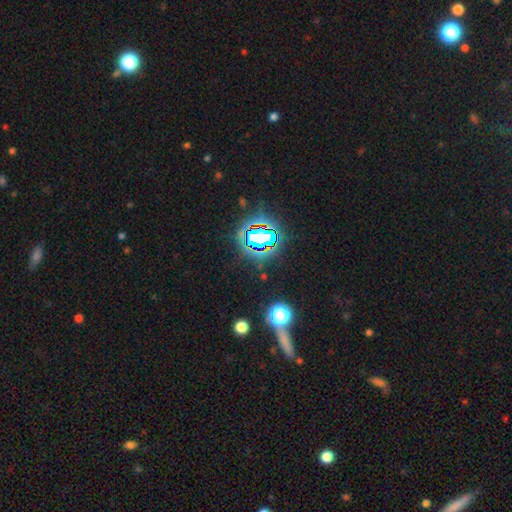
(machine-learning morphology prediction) A star or artifact, not a galaxy (74%).

Vote fractions:
- Smooth or featured? star or artifact: 74% / smooth: 15% / featured or disk: 10%